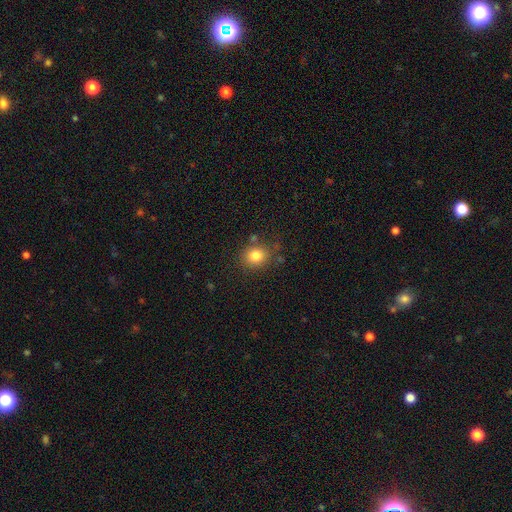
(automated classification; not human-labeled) The model was most divided on "how rounded": round: 75%, in between: 24%, cigar-shaped: 1%. More confident: smooth or featured — smooth (82%); merging — none (77%).